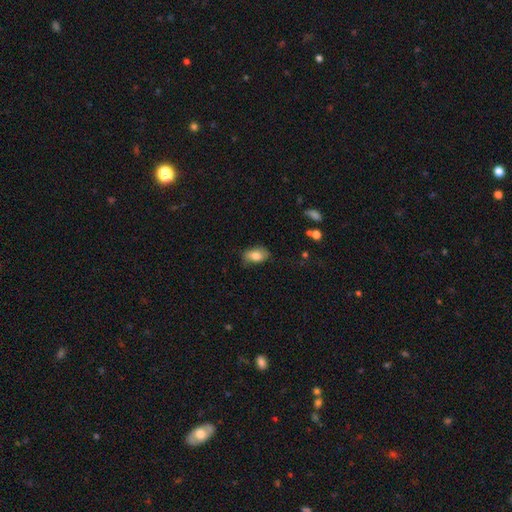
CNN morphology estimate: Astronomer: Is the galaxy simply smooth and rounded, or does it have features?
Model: smooth — 78%.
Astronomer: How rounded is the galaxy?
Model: in between — 89%.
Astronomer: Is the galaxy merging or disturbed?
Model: none — 67%.